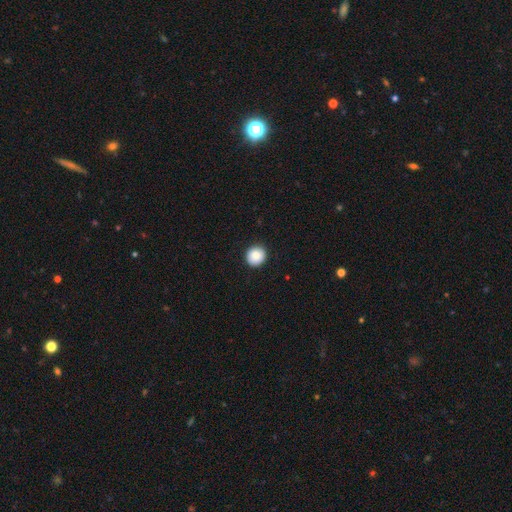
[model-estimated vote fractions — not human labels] The model was most divided on "smooth or featured": smooth: 86%, star or artifact: 8%, featured or disk: 6%. More confident: merging — none (90%); how rounded — round (90%).